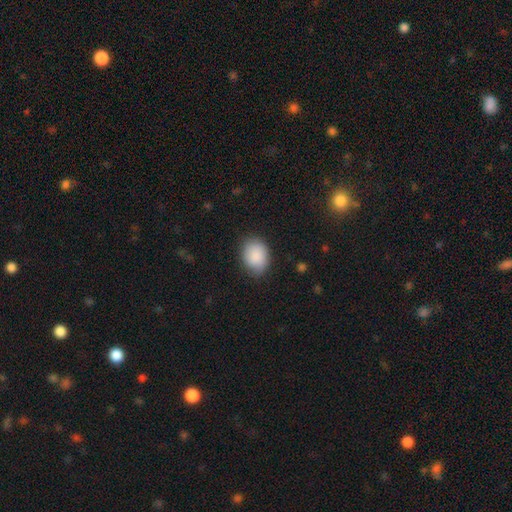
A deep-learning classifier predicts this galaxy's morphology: Smooth or featured: smooth — 88% (star or artifact — 6%)
How rounded: in between — 67% (round — 33%)
Merging: none — 78% (minor disturbance — 17%)